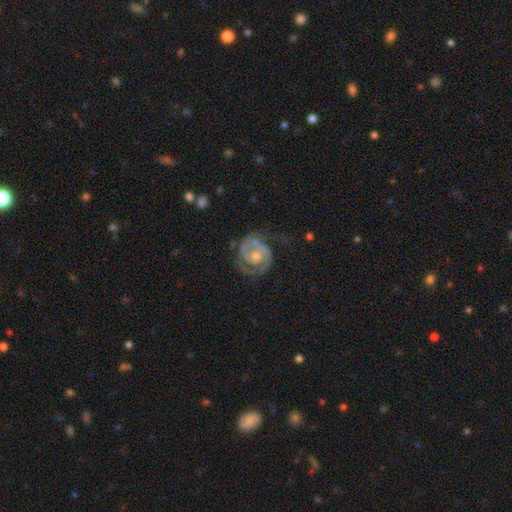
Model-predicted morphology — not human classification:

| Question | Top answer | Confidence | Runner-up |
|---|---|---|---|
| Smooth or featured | featured or disk | 89% | smooth (7%) |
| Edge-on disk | no | 98% | yes (2%) |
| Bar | no | 67% | weak (26%) |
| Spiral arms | yes | 96% | no (4%) |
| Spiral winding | tight | 55% | medium (37%) |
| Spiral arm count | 2 | 80% | 1 (8%) |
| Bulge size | moderate | 53% | small (40%) |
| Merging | none | 64% | minor disturbance (20%) |